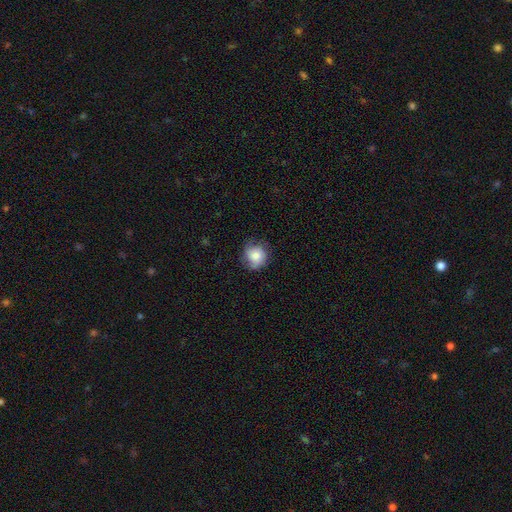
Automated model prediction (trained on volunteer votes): This appears to be a smooth galaxy with no disk features (71%) that is round (82%). Merging: none (65%).